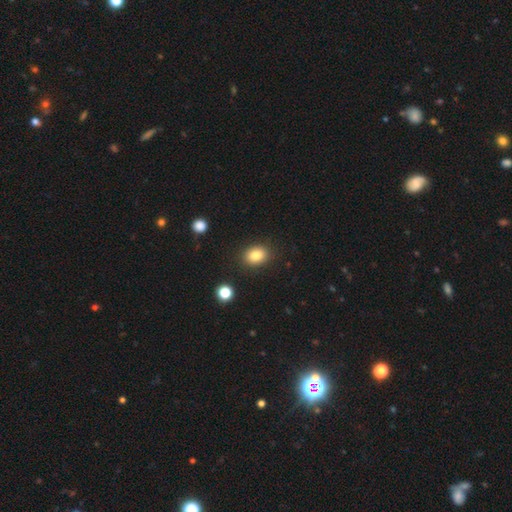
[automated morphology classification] Smooth or featured? Predicted: smooth (p=0.84). How rounded? Predicted: in between (p=0.63). Merging? Predicted: none (p=0.87).